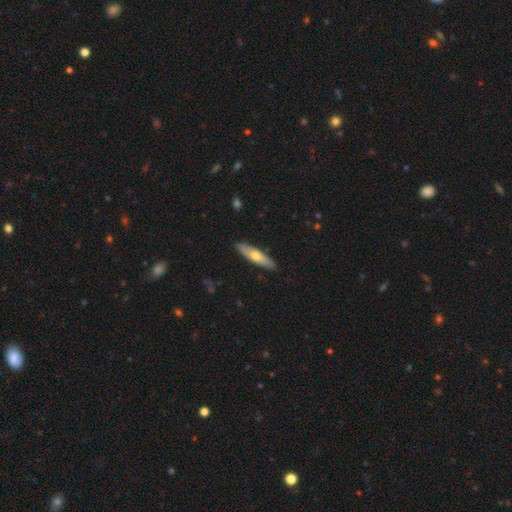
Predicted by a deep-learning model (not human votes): Smooth or featured? smooth (57%)
How rounded? cigar-shaped (74%)
Merging? none (90%)